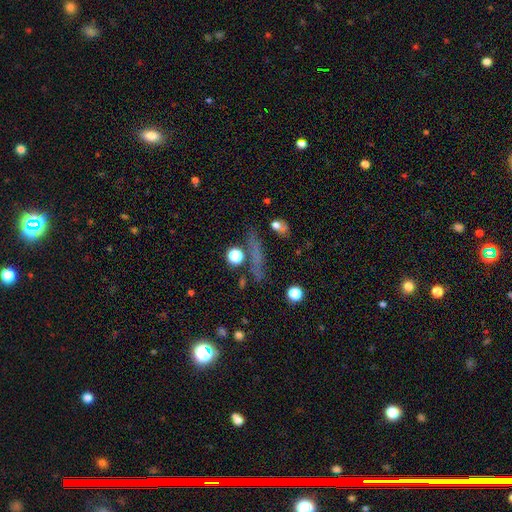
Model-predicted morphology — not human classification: Smooth or featured? smooth (46%)
Merging? none (76%)